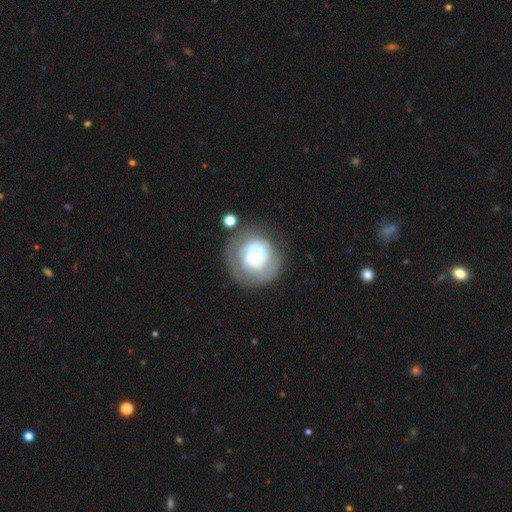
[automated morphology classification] featured or disk 65%, smooth 29%, star or artifact 7%. Down the decision tree: edge-on disk — no (98%); bar — no (74%); spiral arms — yes (73%); bulge size — small (45%); merging — none (60%).